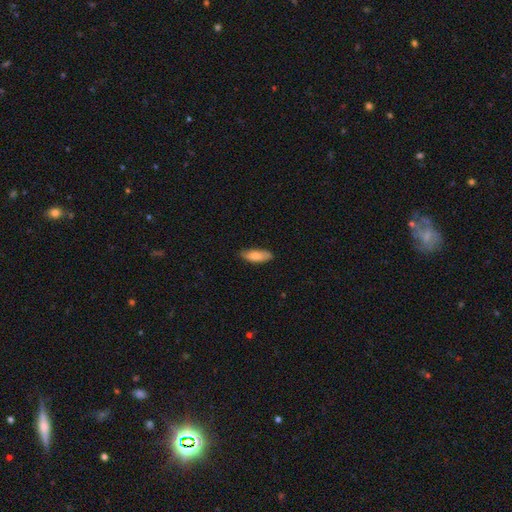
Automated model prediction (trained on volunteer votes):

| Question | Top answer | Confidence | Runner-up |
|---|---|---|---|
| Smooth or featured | smooth | 78% | featured or disk (16%) |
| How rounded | in between | 71% | cigar-shaped (27%) |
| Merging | none | 77% | minor disturbance (20%) |